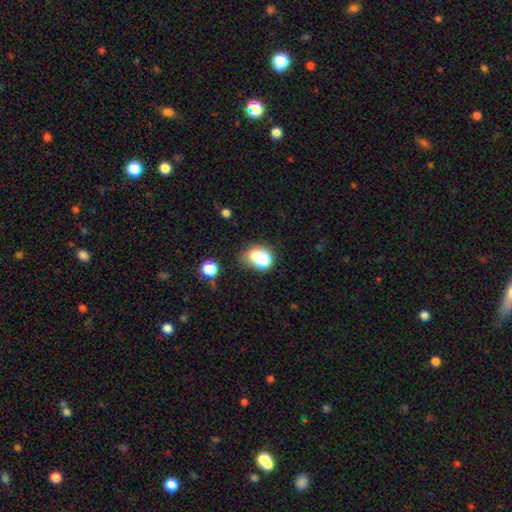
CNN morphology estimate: Smooth or featured?
  - smooth: 62% *
  - star or artifact: 23%
  - featured or disk: 15%
How rounded?
  - round: 60% *
  - in between: 38%
  - cigar-shaped: 1%
Merging?
  - none: 43% *
  - merger: 24%
  - minor disturbance: 18%
  - major disturbance: 15%